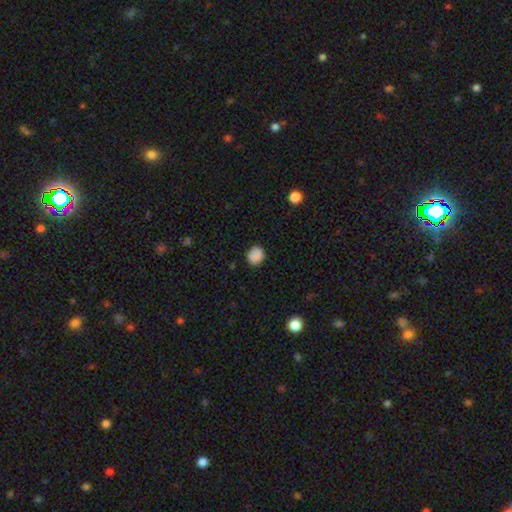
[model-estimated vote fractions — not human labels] This is clearly a smooth galaxy (87%). How rounded: likely round (77%). Merging: clearly none (86%).